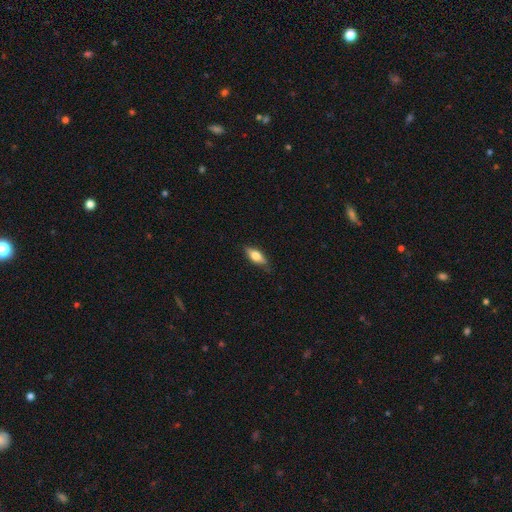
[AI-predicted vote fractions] Morphology: type=smooth (65%); roundness=in between (73%); merging=none (82%).